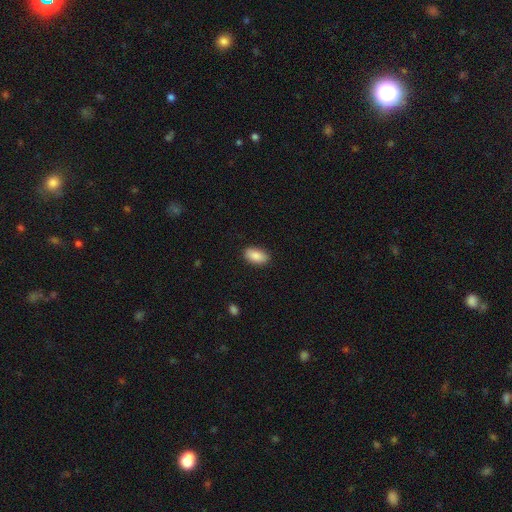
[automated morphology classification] A smooth galaxy with no disk features (88%) that is in between round and cigar-shaped (93%).

Vote fractions:
- Smooth or featured? smooth: 88% / star or artifact: 7% / featured or disk: 6%
- How rounded? in between: 93% / round: 4% / cigar-shaped: 3%
- Merging? none: 87% / minor disturbance: 10% / major disturbance: 2% / merger: 1%